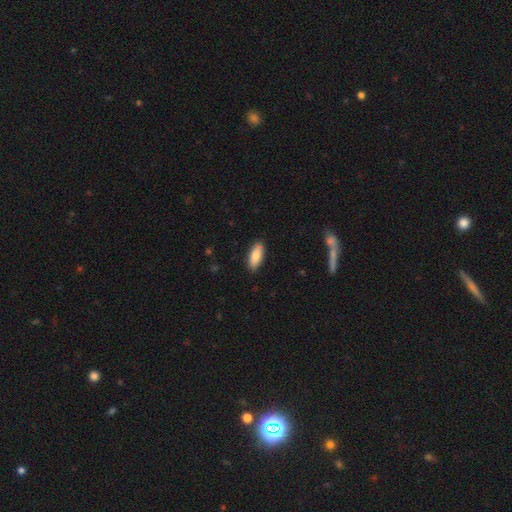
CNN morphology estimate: smooth_or_featured: smooth (p=0.83) [alt: featured or disk p=0.11]
how_rounded: in between (p=0.78) [alt: cigar-shaped p=0.20]
merging: none (p=0.89) [alt: minor disturbance p=0.09]